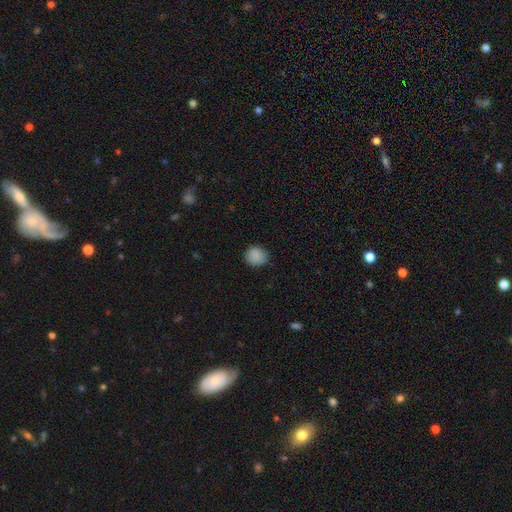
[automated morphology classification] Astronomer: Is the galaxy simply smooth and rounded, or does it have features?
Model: smooth — 87%.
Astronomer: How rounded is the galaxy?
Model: round — 81%.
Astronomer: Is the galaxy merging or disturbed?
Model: none — 82%.